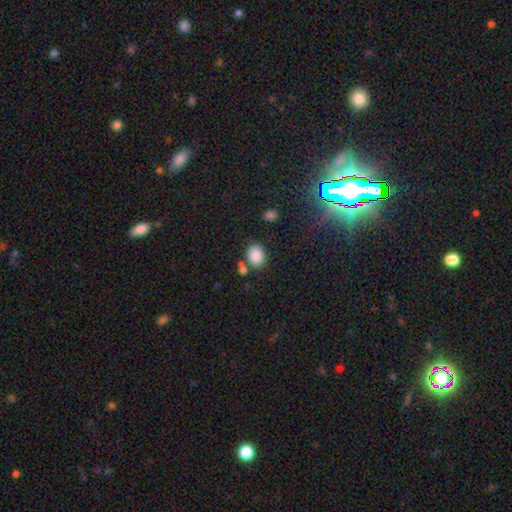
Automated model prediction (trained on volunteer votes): Morphology: type=smooth (86%); roundness=in between (57%); merging=none (72%).